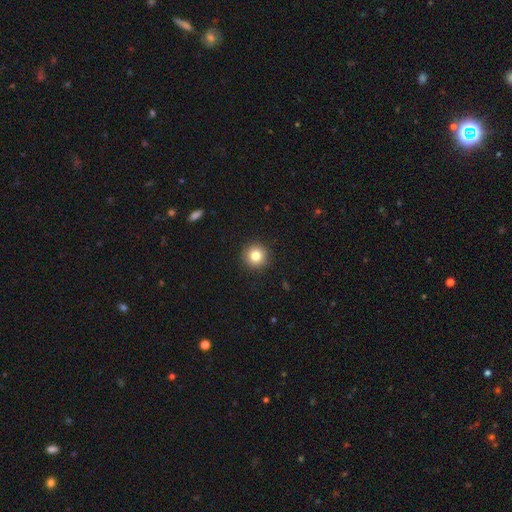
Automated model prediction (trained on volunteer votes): This is clearly a smooth galaxy (82%). How rounded: clearly round (95%). Merging: clearly none (92%).